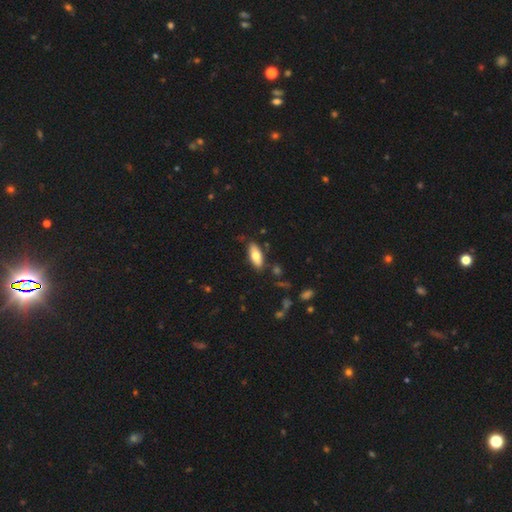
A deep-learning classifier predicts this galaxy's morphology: smooth-or-featured: smooth: 72% | featured or disk: 22% | star or artifact: 6%
  how-rounded: in between: 80% | cigar-shaped: 18% | round: 2%
  merging: none: 84% | minor disturbance: 12% | merger: 3% | major disturbance: 2%